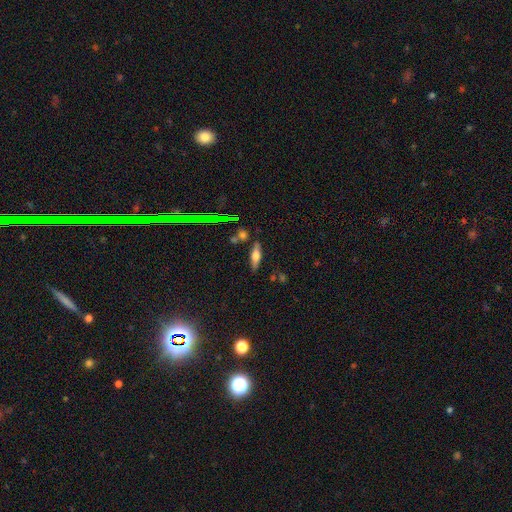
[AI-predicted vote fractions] featured or disk 45%, smooth 44%, star or artifact 11%. Down the decision tree: merging — none (79%).